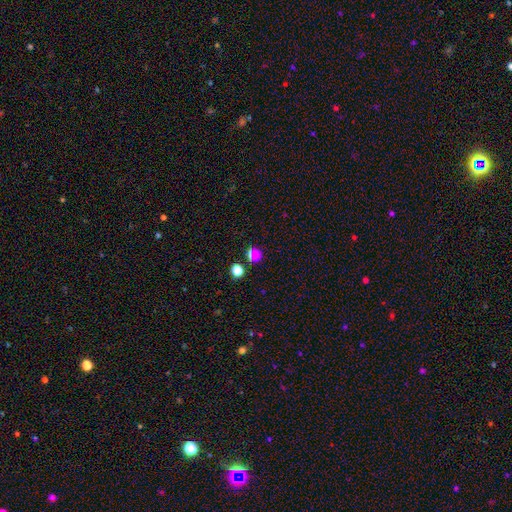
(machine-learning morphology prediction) The model was most divided on "smooth or featured": smooth: 56%, star or artifact: 37%, featured or disk: 7%. More confident: how rounded — round (87%); merging — none (74%).